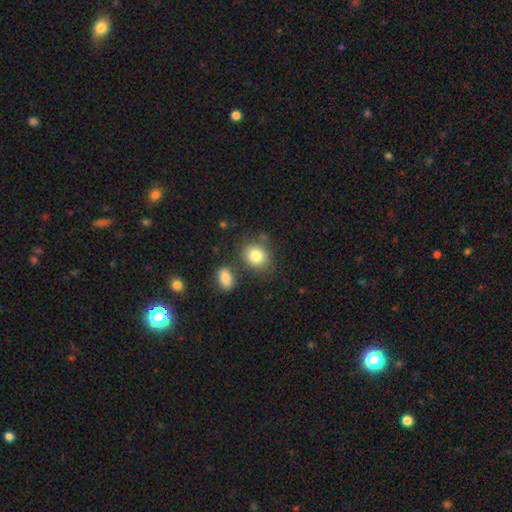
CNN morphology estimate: A smooth galaxy with no disk features (82%) that is round (60%).

Vote fractions:
- Smooth or featured? smooth: 82% / star or artifact: 9% / featured or disk: 9%
- How rounded? round: 60% / in between: 39% / cigar-shaped: 1%
- Merging? none: 72% / merger: 13% / minor disturbance: 12% / major disturbance: 4%